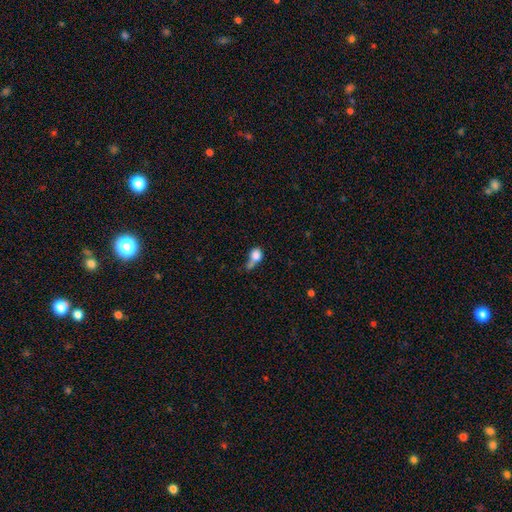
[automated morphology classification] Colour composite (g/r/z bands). It shows a smooth galaxy with no disk features (78%) that is round (62%). Merging: merger (37%).